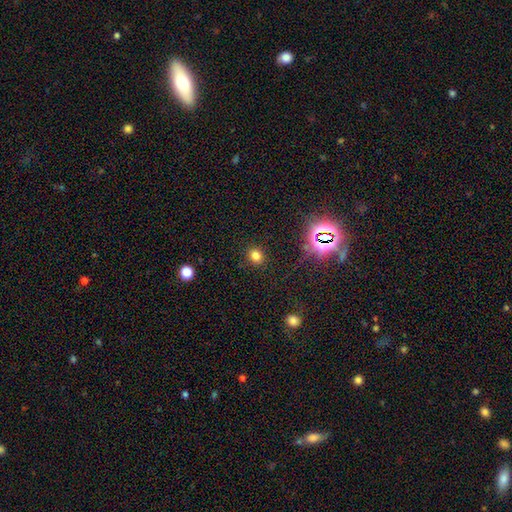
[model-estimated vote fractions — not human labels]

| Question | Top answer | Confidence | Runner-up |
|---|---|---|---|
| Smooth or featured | smooth | 75% | star or artifact (19%) |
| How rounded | round | 68% | in between (31%) |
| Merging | none | 89% | minor disturbance (7%) |